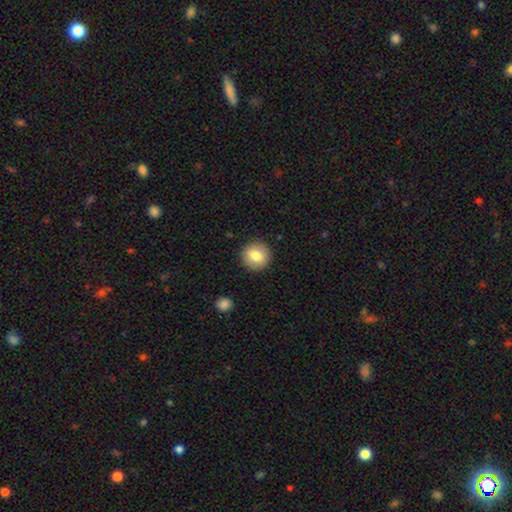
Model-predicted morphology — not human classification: smooth 79%, featured or disk 13%, star or artifact 8%. Down the decision tree: how rounded — round (90%); merging — none (90%).